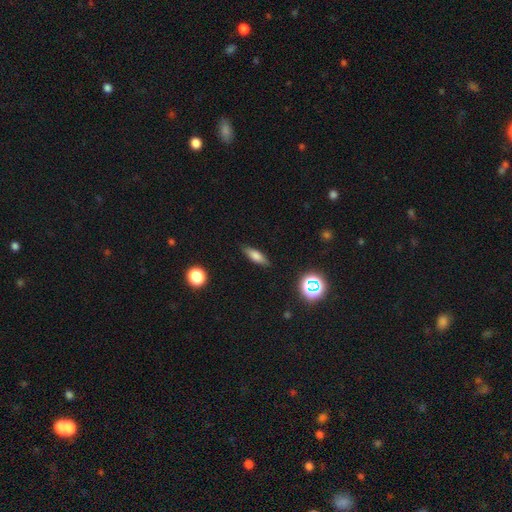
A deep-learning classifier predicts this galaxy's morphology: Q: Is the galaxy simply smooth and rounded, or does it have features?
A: smooth — 69%.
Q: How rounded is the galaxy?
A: in between — 52%.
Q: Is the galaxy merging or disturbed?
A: none — 85%.